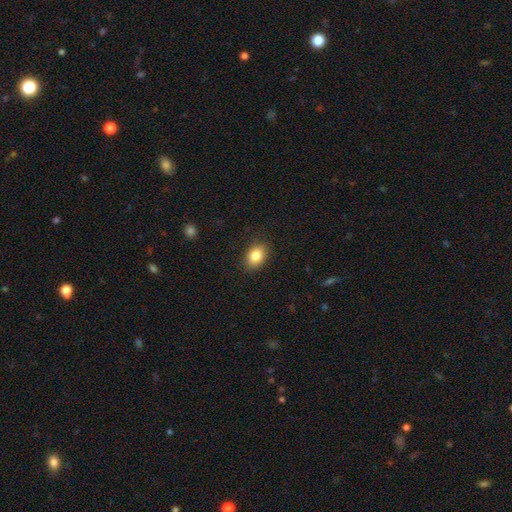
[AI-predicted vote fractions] Q: Smooth or featured?
A: smooth (84%); runner-up: star or artifact (9%)
Q: How rounded?
A: in between (73%); runner-up: round (26%)
Q: Merging?
A: none (87%); runner-up: minor disturbance (10%)